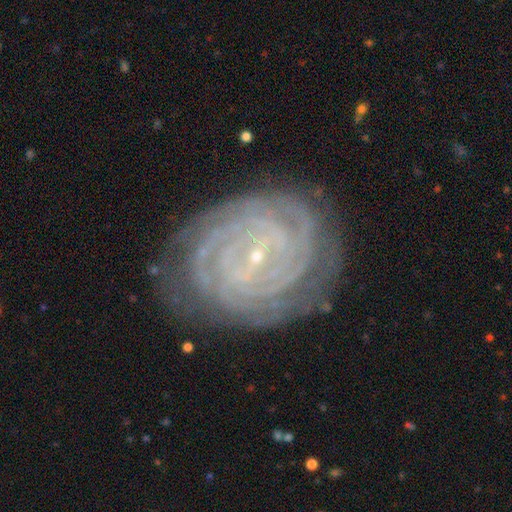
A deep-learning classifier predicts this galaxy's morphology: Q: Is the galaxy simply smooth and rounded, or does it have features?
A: featured or disk — 88%.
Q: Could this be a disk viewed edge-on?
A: no — 97%.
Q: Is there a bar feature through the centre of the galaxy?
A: weak — 40%.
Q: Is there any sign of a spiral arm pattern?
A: yes — 98%.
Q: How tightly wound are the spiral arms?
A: tight — 88%.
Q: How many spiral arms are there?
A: can't tell — 23%.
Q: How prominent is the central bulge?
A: small — 90%.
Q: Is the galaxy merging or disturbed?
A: none — 80%.